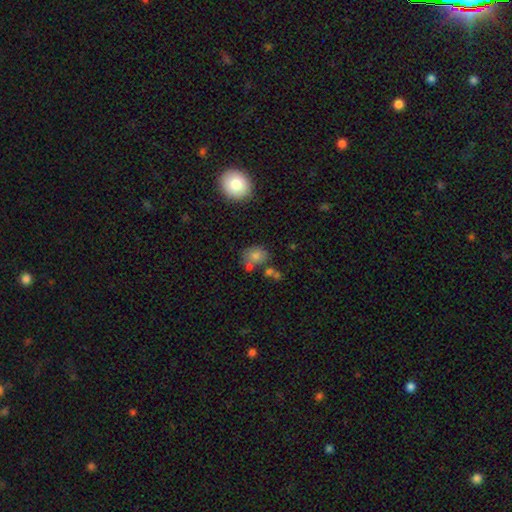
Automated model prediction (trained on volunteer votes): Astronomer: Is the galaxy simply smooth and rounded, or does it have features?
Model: smooth — 75%.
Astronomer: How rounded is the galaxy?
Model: round — 57% (runner-up: in between, 42%).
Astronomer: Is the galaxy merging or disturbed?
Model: none — 59%.